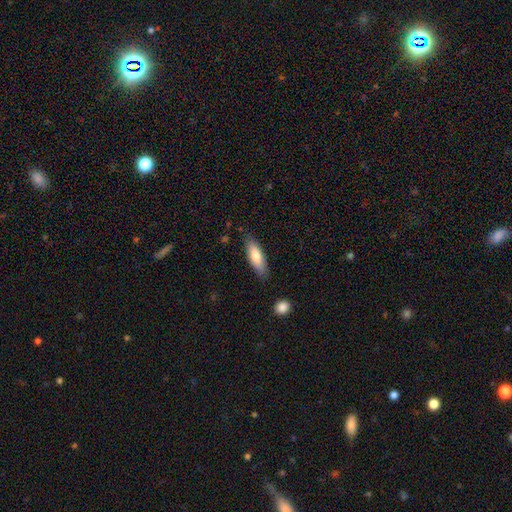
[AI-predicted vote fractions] Overall: smooth (77%). How rounded: in between (51%; cigar-shaped 47%). Merging: none (82%).